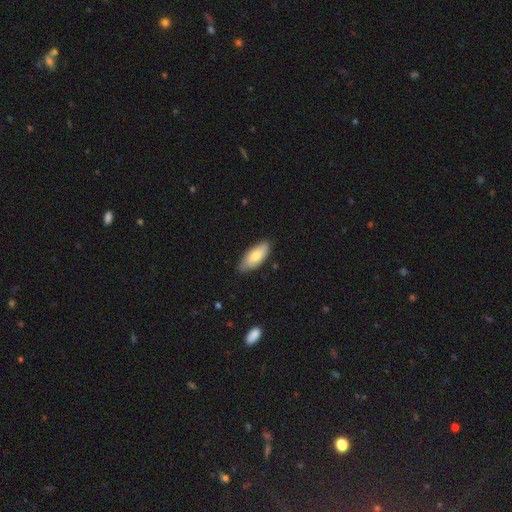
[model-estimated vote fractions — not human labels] Smooth or featured?
  - smooth: 69% *
  - featured or disk: 25%
  - star or artifact: 6%
How rounded?
  - in between: 85% *
  - cigar-shaped: 13%
  - round: 2%
Merging?
  - none: 78% *
  - minor disturbance: 19%
  - major disturbance: 3%
  - merger: 1%